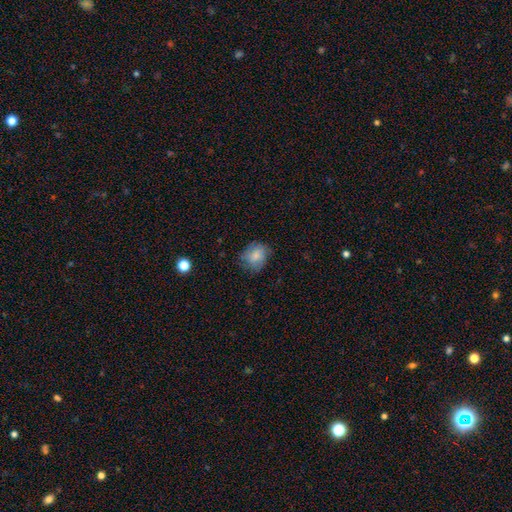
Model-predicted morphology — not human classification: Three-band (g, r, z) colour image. It shows a smooth galaxy with no disk features (78%) that is round (60%). Merging: none (67%).